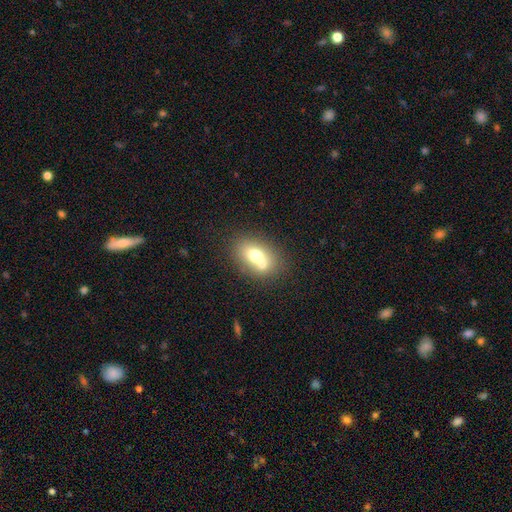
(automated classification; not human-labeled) Morphology: type=smooth (67%); roundness=in between (70%); merging=merger (46%).